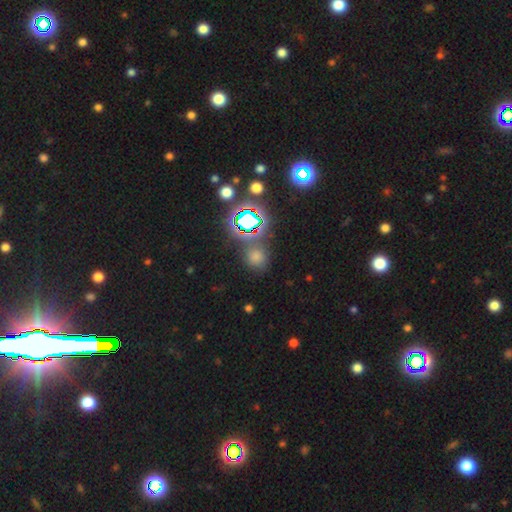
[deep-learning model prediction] A star or artifact, not a galaxy (51%).